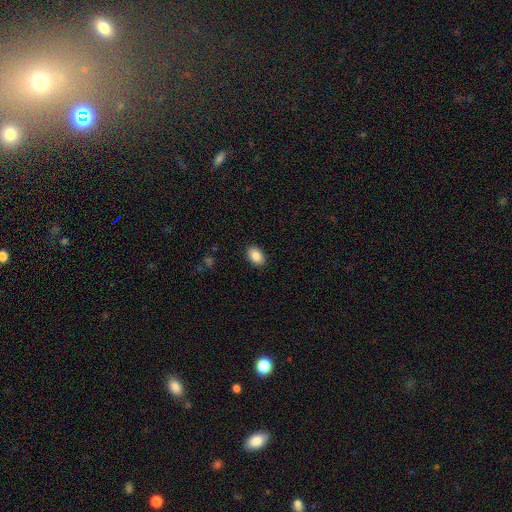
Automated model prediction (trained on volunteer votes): Q: Smooth or featured?
A: smooth (87%); runner-up: star or artifact (8%)
Q: How rounded?
A: in between (87%); runner-up: round (12%)
Q: Merging?
A: none (90%); runner-up: minor disturbance (8%)